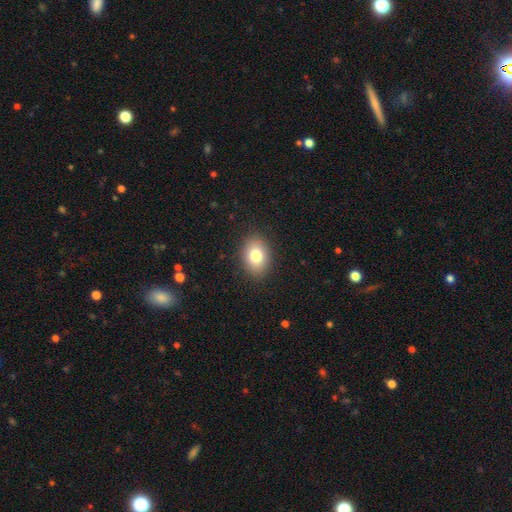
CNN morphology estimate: Q: Smooth or featured?
A: smooth (79%); runner-up: featured or disk (11%)
Q: How rounded?
A: in between (72%); runner-up: round (27%)
Q: Merging?
A: none (88%); runner-up: minor disturbance (9%)